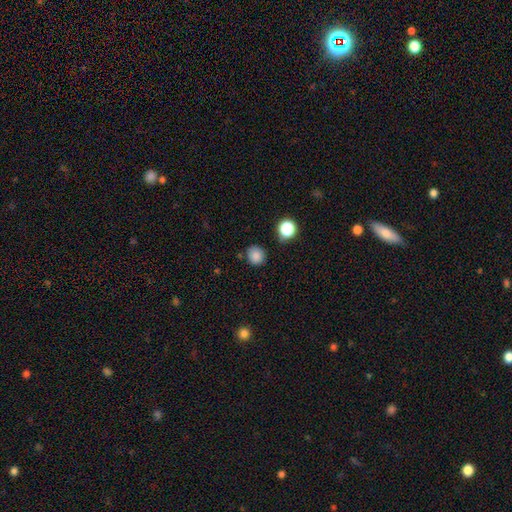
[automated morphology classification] A smooth galaxy with no disk features (84%) that is round (88%). Merging: none (81%).